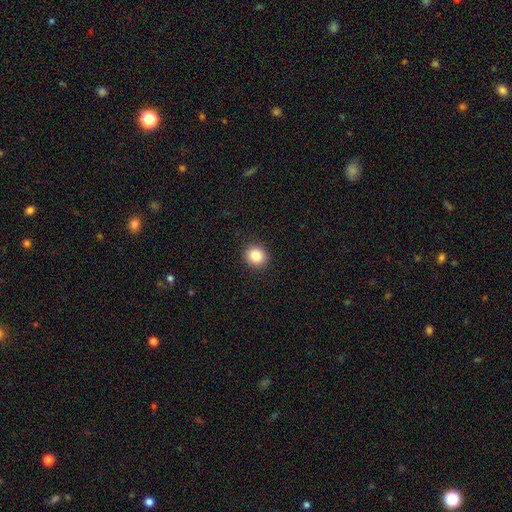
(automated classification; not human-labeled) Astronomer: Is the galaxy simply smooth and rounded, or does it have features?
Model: smooth — 85%.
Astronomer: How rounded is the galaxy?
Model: round — 85%.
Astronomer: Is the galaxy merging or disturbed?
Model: none — 92%.